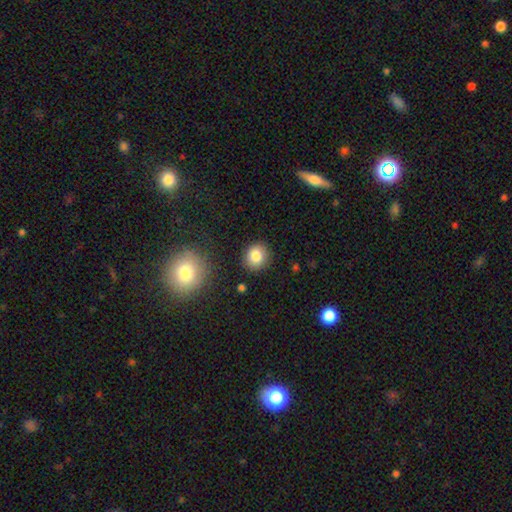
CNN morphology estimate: A smooth galaxy with no disk features (83%) that is round (77%). Merging: none (87%).